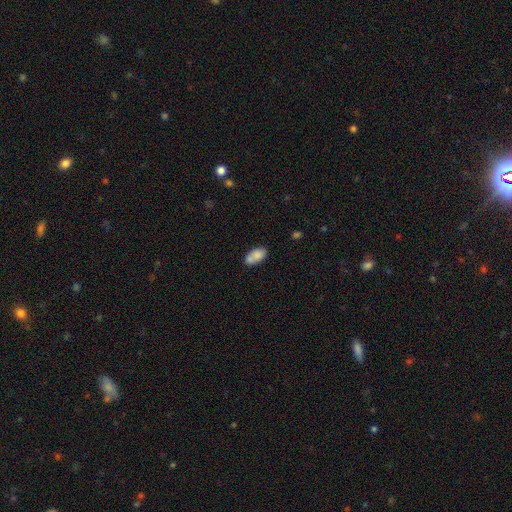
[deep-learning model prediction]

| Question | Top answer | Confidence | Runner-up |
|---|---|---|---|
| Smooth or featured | smooth | 79% | featured or disk (13%) |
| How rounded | in between | 91% | round (5%) |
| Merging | none | 54% | merger (22%) |